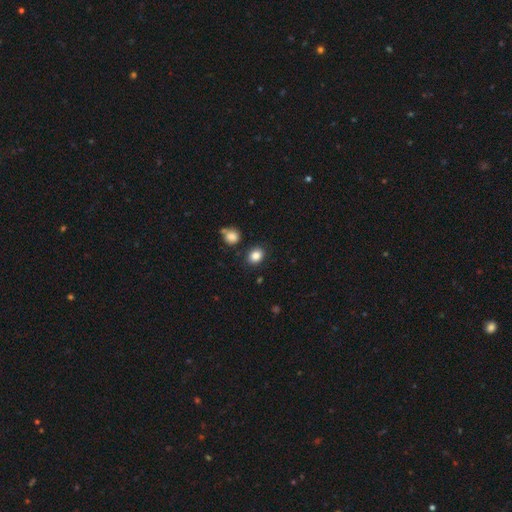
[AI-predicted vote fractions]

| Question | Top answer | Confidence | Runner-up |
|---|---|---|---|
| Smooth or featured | smooth | 84% | star or artifact (10%) |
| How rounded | round | 53% | in between (46%) |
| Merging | none | 83% | minor disturbance (10%) |